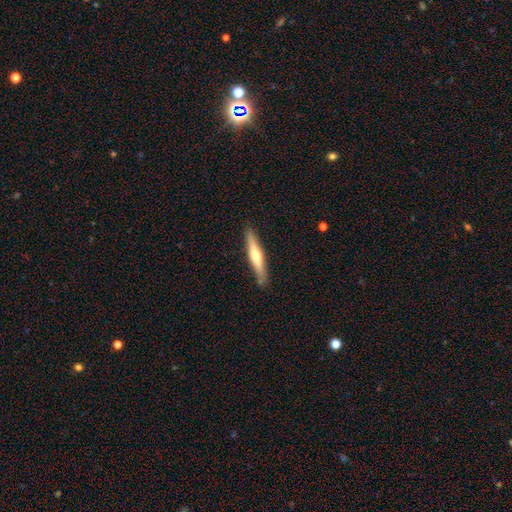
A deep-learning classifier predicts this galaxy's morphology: A featured or disk galaxy (56%) viewed edge-on (95%) with a rounded central bulge (89%). Merging: none (87%).